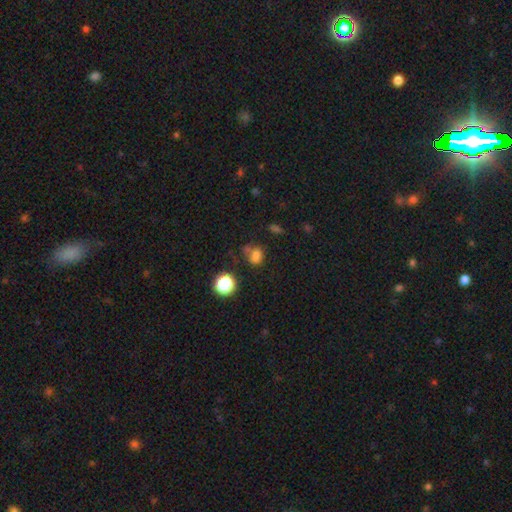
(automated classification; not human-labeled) Q: Smooth or featured?
A: smooth (71%); runner-up: star or artifact (21%)
Q: How rounded?
A: in between (55%); runner-up: round (43%)
Q: Merging?
A: none (53%); runner-up: merger (20%)